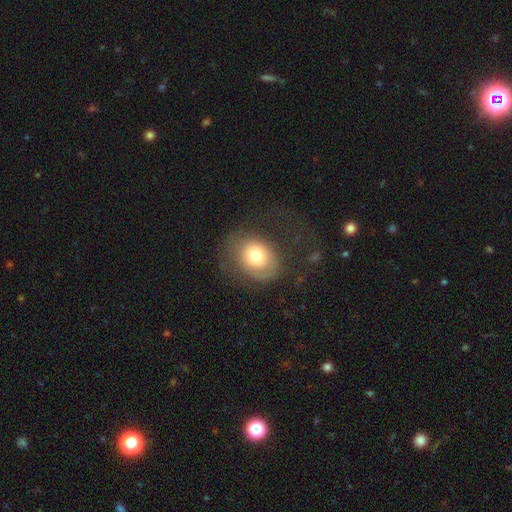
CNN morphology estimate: A smooth galaxy with no disk features (68%) that is in between round and cigar-shaped (50%). Merging: none (57%).